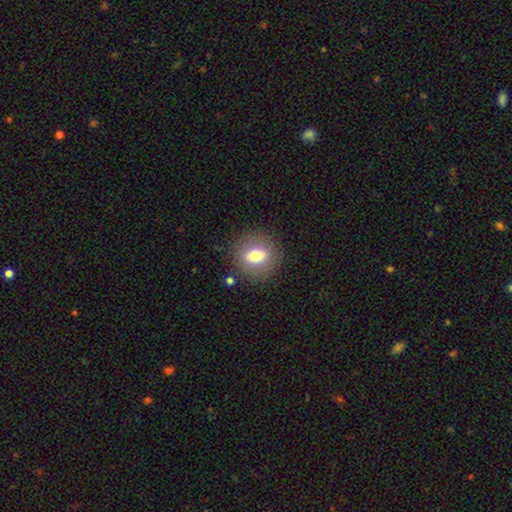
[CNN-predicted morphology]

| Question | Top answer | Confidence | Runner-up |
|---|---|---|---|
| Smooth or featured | smooth | 69% | featured or disk (22%) |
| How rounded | round | 68% | in between (31%) |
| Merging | none | 84% | minor disturbance (10%) |